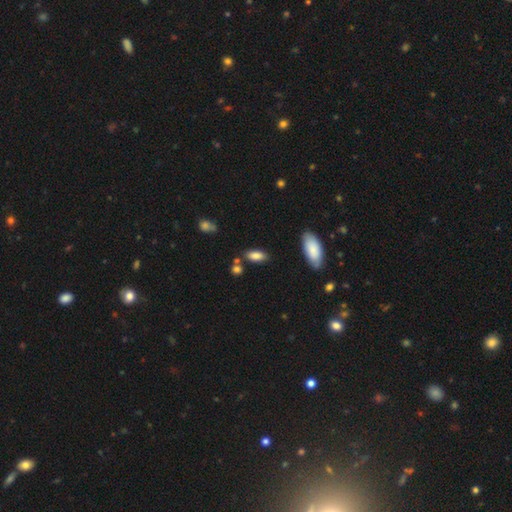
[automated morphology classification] The model was most divided on "merging": none: 75%, minor disturbance: 14%, merger: 8%, major disturbance: 3%. More confident: smooth or featured — smooth (84%); how rounded — in between (83%).